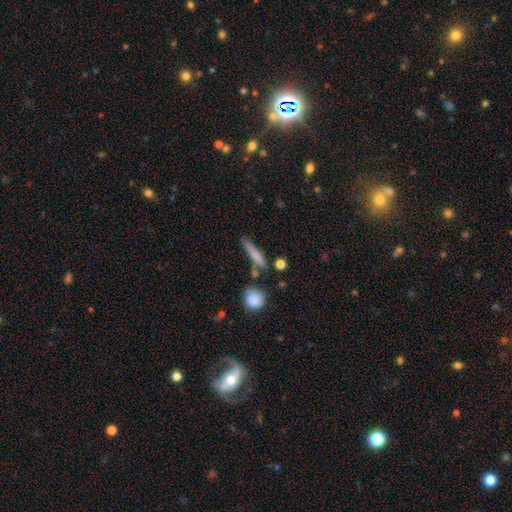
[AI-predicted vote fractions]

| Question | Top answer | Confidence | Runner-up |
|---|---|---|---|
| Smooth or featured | smooth | 75% | featured or disk (17%) |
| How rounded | cigar-shaped | 85% | in between (11%) |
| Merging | none | 67% | minor disturbance (17%) |